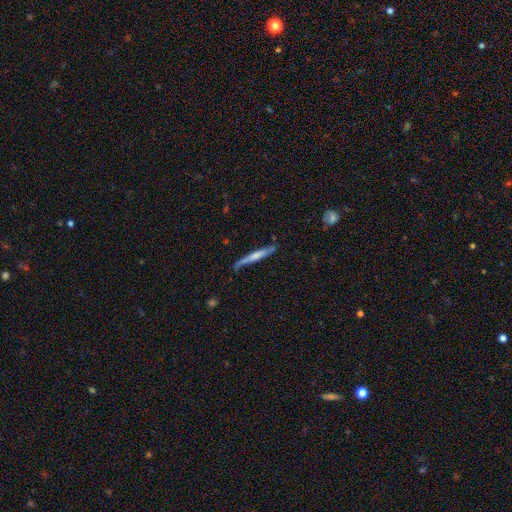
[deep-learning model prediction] Q: Smooth or featured?
A: featured or disk (52%); runner-up: smooth (42%)
Q: Edge-on disk?
A: yes (92%); runner-up: no (8%)
Q: Merging?
A: none (74%); runner-up: minor disturbance (20%)